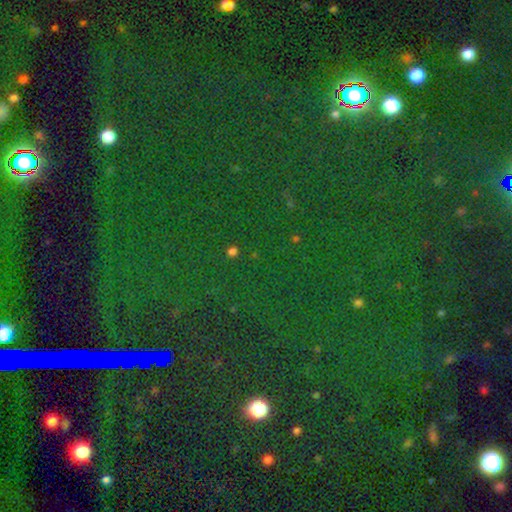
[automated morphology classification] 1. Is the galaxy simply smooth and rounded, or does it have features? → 80% star or artifact, 12% smooth, 8% featured or disk.